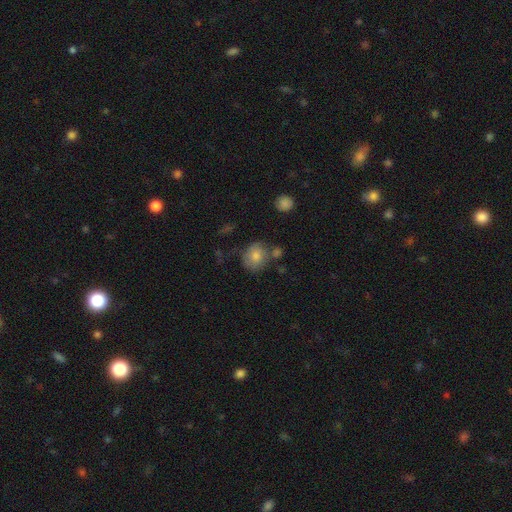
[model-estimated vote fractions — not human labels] Smooth or featured: smooth — 78% (featured or disk — 14%)
How rounded: round — 70% (in between — 29%)
Merging: none — 57% (minor disturbance — 22%)